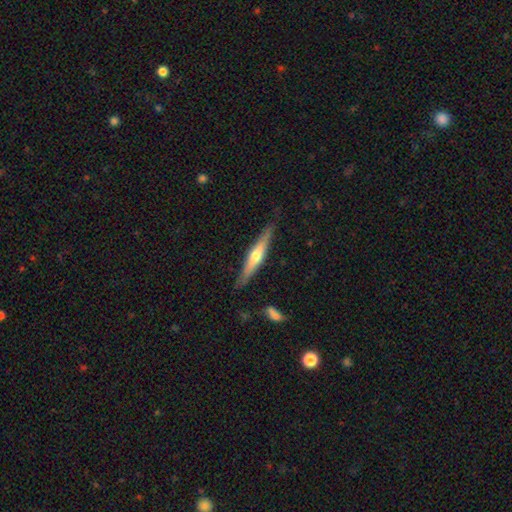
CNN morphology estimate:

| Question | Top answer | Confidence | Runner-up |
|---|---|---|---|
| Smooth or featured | featured or disk | 59% | smooth (36%) |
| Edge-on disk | yes | 94% | no (6%) |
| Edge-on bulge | rounded | 81% | none (12%) |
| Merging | none | 84% | minor disturbance (11%) |